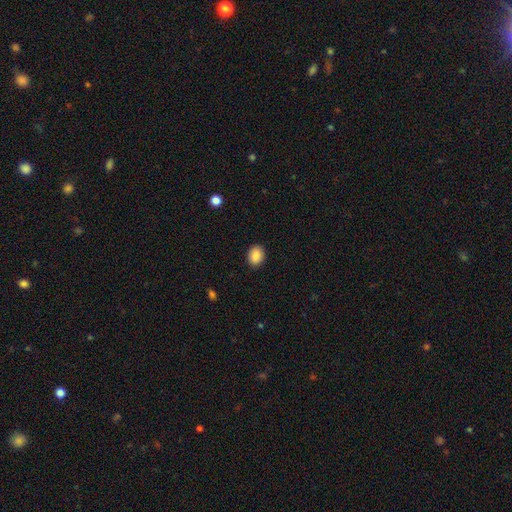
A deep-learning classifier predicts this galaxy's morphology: A smooth galaxy with no disk features (87%) that is in between round and cigar-shaped (58%).

Vote fractions:
- Smooth or featured? smooth: 87% / star or artifact: 8% / featured or disk: 5%
- How rounded? in between: 58% / round: 41% / cigar-shaped: 1%
- Merging? none: 90% / minor disturbance: 7% / major disturbance: 2% / merger: 1%